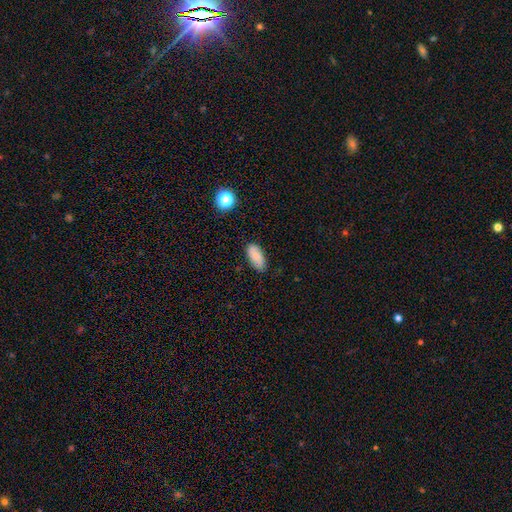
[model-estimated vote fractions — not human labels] Smooth or featured?
  - smooth: 80% *
  - featured or disk: 13%
  - star or artifact: 8%
How rounded?
  - in between: 90% *
  - cigar-shaped: 7%
  - round: 3%
Merging?
  - none: 81% *
  - minor disturbance: 15%
  - major disturbance: 2%
  - merger: 2%